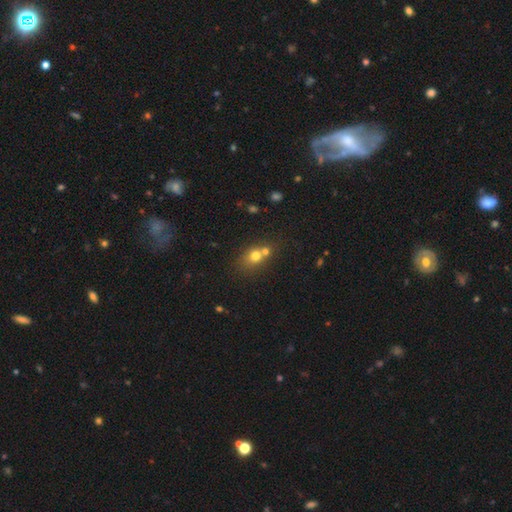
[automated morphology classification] Smooth or featured? smooth (71%)
How rounded? round (64%)
Merging? merger (48%)